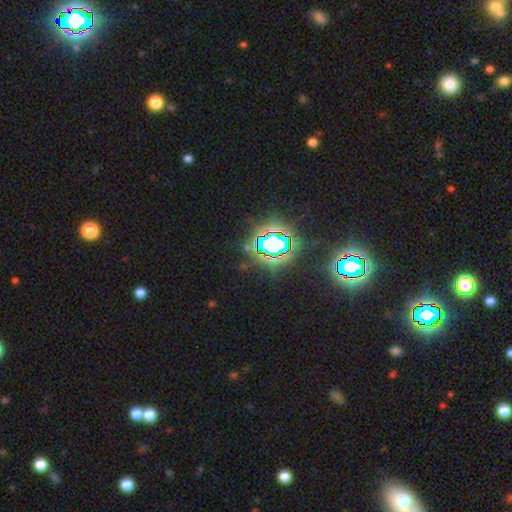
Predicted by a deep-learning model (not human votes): This is clearly a star or artifact rather than a galaxy (82%).